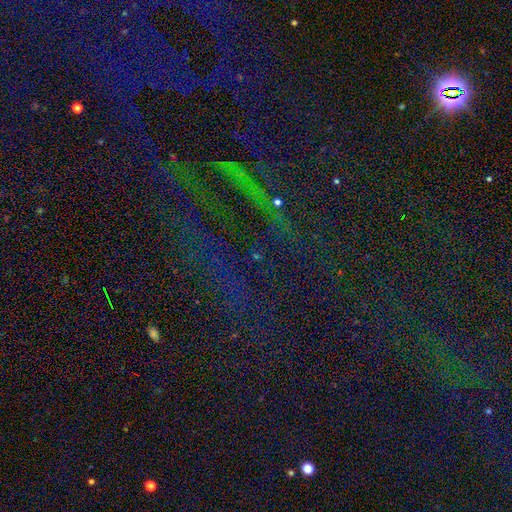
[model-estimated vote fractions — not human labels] Smooth or featured?
  - star or artifact: 82% *
  - smooth: 10%
  - featured or disk: 8%